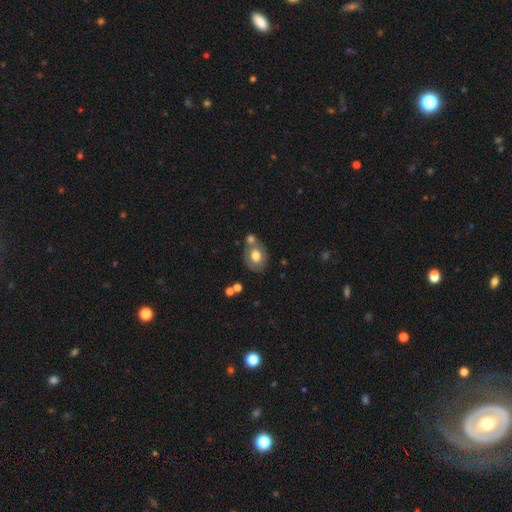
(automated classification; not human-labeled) smooth 56%, featured or disk 36%, star or artifact 8%. Down the decision tree: how rounded — in between (62%); merging — none (50%).